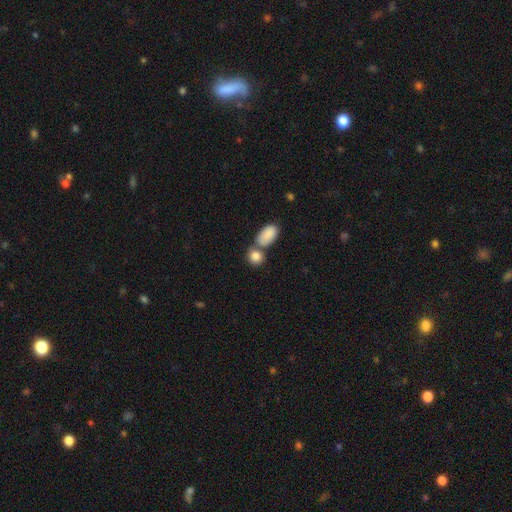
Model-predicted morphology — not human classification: Smooth or featured: smooth — 86% (star or artifact — 7%)
How rounded: in between — 53% (round — 45%)
Merging: none — 44% (merger — 42%)